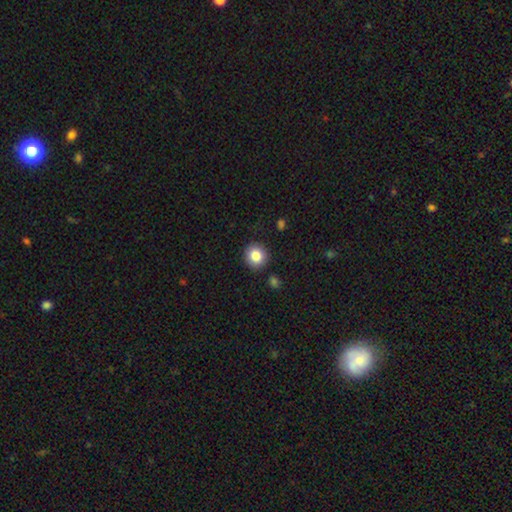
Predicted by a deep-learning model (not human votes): Morphology: type=smooth (84%); roundness=round (89%); merging=none (89%).